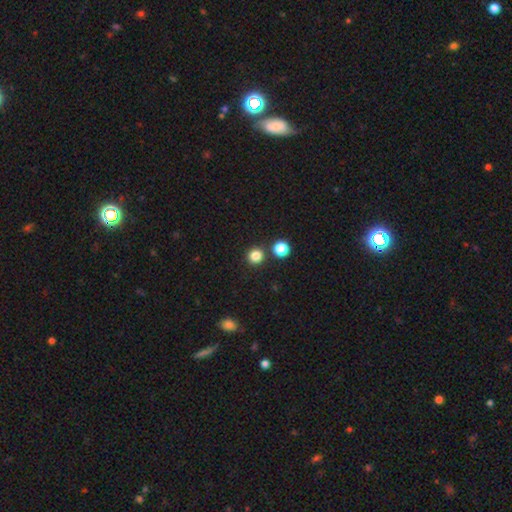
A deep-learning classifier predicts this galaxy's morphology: Q: Smooth or featured?
A: smooth (83%); runner-up: star or artifact (13%)
Q: How rounded?
A: round (93%); runner-up: in between (7%)
Q: Merging?
A: none (84%); runner-up: merger (8%)